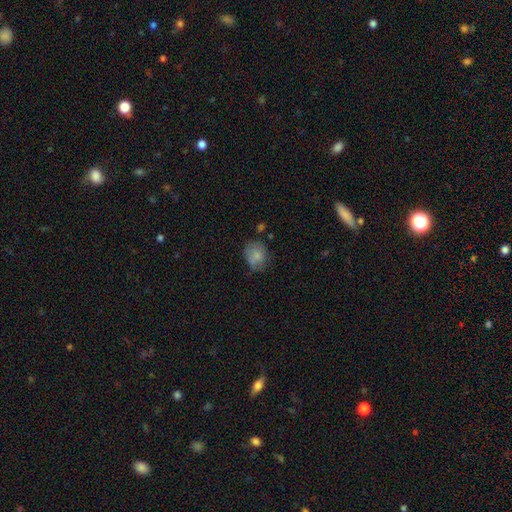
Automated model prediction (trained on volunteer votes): A smooth galaxy with no disk features (74%) that is round (56%). Merging: none (52%).